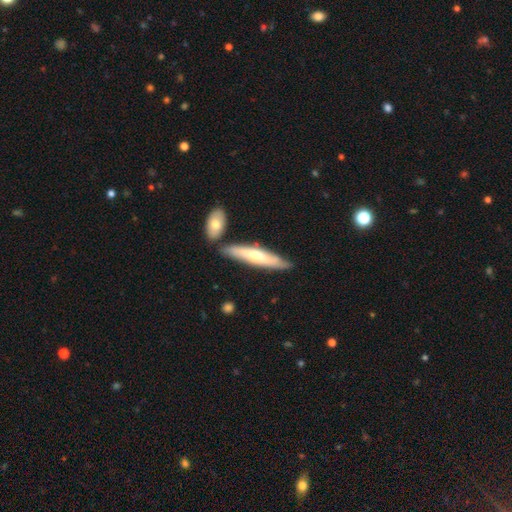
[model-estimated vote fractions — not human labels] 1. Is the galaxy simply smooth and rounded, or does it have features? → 48% featured or disk, 47% smooth, 5% star or artifact.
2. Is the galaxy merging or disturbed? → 72% none, 15% minor disturbance, 10% merger, 3% major disturbance.